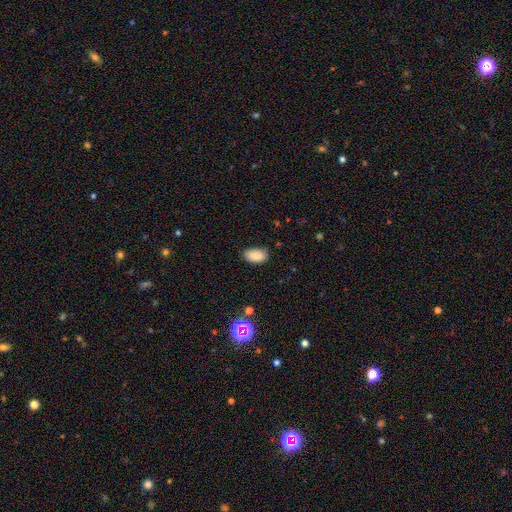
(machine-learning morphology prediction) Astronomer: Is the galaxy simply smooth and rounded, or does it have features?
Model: smooth — 86%.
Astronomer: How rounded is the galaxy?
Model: in between — 94%.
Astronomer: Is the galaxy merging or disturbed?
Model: none — 82%.